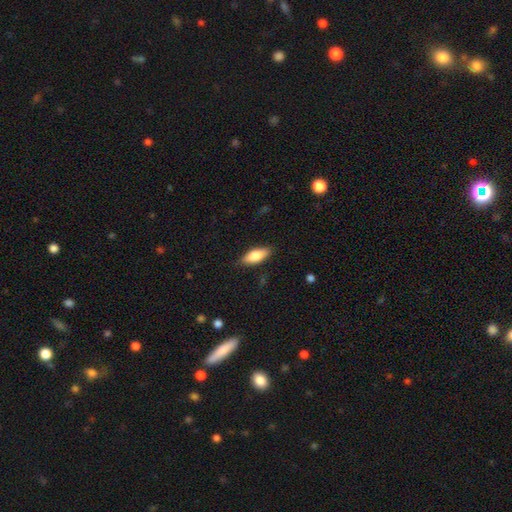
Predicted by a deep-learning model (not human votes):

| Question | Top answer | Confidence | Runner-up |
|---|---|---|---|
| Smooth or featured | smooth | 78% | featured or disk (16%) |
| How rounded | in between | 79% | cigar-shaped (19%) |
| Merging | none | 85% | minor disturbance (11%) |